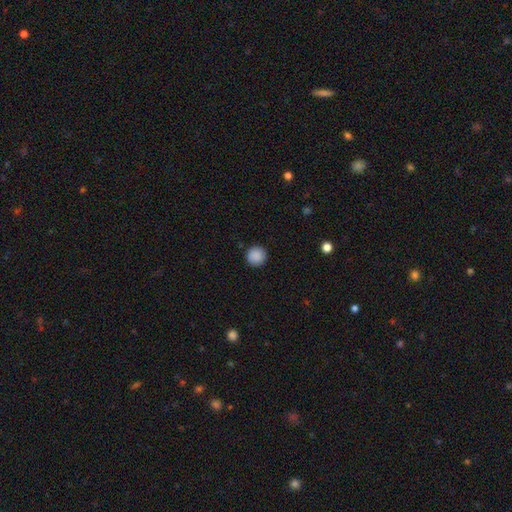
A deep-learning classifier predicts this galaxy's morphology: smooth_or_featured: smooth (p=0.89) [alt: star or artifact p=0.08]
how_rounded: round (p=0.96) [alt: in between p=0.03]
merging: none (p=0.92) [alt: minor disturbance p=0.05]